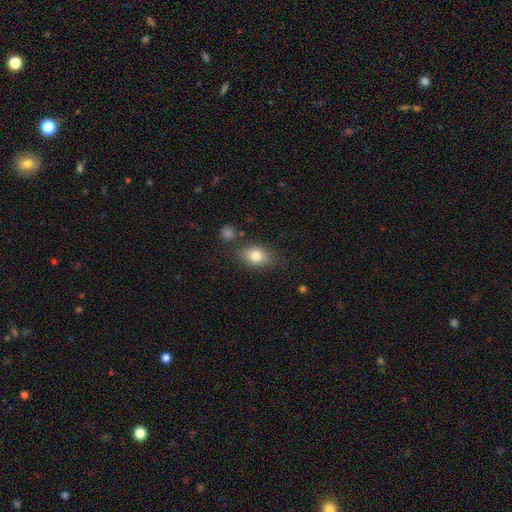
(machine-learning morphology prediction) smooth_or_featured: smooth (p=0.79) [alt: featured or disk p=0.12]
how_rounded: in between (p=0.76) [alt: round p=0.22]
merging: none (p=0.76) [alt: minor disturbance p=0.15]